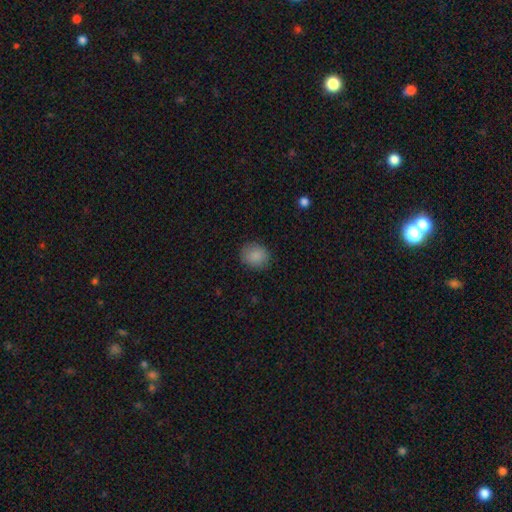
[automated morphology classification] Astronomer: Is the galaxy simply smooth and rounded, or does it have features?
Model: smooth — 88%.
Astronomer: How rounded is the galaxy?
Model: round — 68%.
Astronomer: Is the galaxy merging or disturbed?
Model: none — 86%.